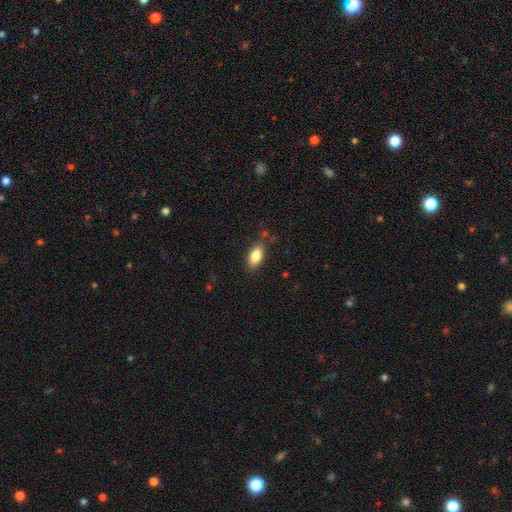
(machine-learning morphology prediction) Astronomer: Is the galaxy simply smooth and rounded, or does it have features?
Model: smooth — 84%.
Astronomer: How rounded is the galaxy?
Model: in between — 90%.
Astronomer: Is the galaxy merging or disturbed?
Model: none — 81%.